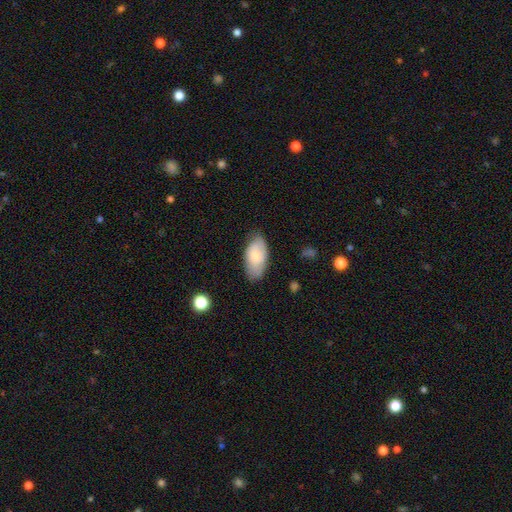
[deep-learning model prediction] This is likely a smooth galaxy (73%). How rounded: clearly in between (94%). Merging: likely none (73%).